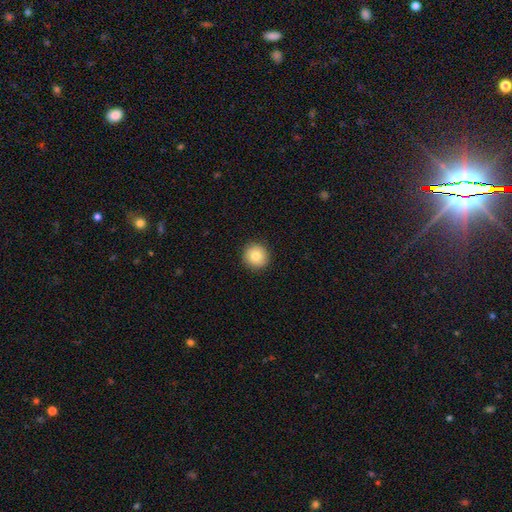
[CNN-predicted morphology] A smooth galaxy with no disk features (82%) that is round (95%).

Vote fractions:
- Smooth or featured? smooth: 82% / featured or disk: 9% / star or artifact: 9%
- How rounded? round: 95% / in between: 4% / cigar-shaped: 1%
- Merging? none: 92% / minor disturbance: 6% / major disturbance: 2% / merger: 1%